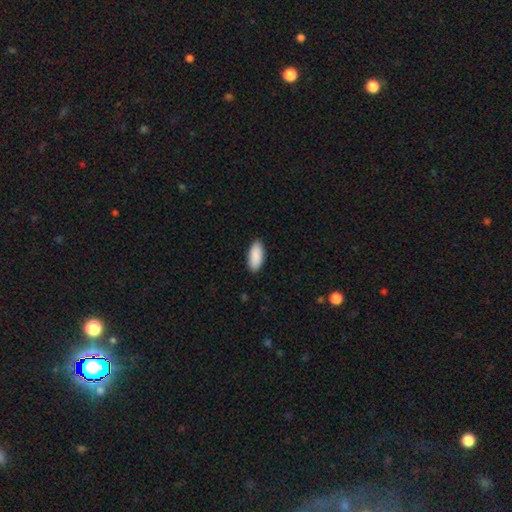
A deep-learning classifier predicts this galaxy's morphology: Smooth or featured? Predicted: smooth (p=0.91). How rounded? Predicted: in between (p=0.88). Merging? Predicted: none (p=0.89).